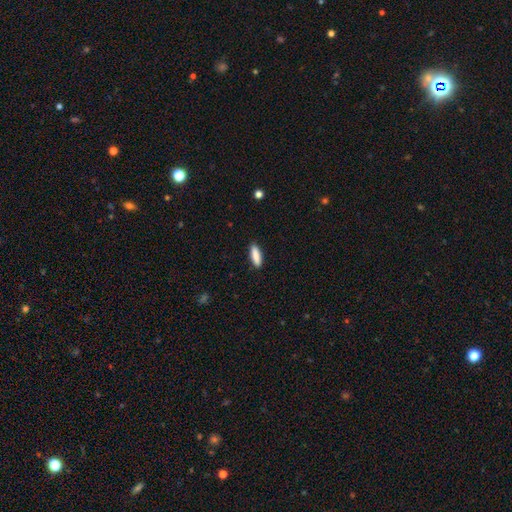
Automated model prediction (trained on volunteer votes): Smooth or featured? smooth (88%)
How rounded? cigar-shaped (57%)
Merging? none (90%)